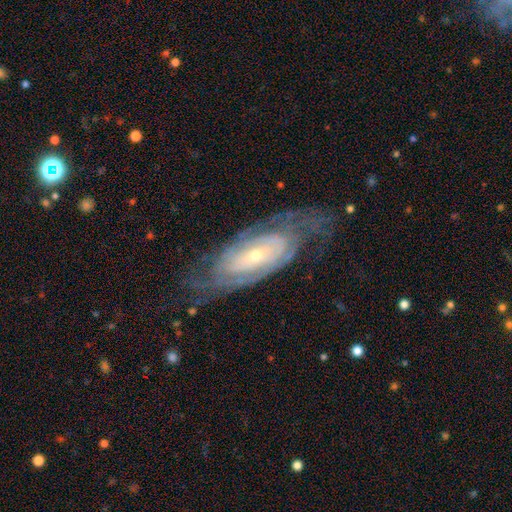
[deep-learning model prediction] A featured or disk galaxy (83%) with no bar (65%), tight (69%) spiral arms (91%) and a small central bulge (70%). Merging: none (69%).